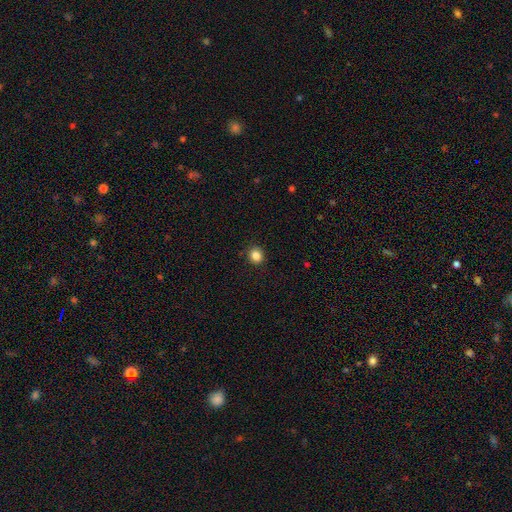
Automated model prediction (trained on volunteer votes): The model was most divided on "how rounded": round: 81%, in between: 18%, cigar-shaped: 1%. More confident: merging — none (91%); smooth or featured — smooth (85%).